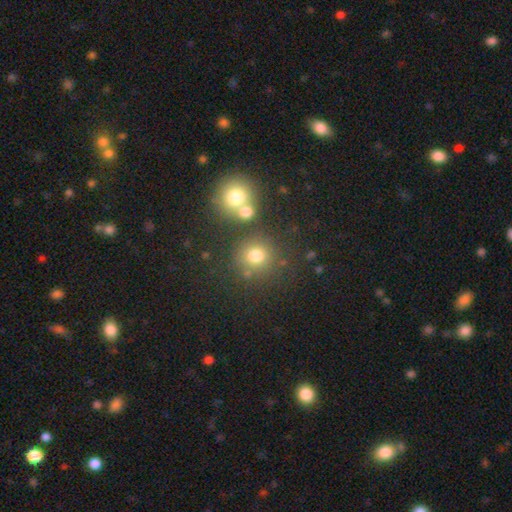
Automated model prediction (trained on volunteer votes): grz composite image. It shows a smooth galaxy with no disk features (75%) that is round (88%). Merging: none (68%).